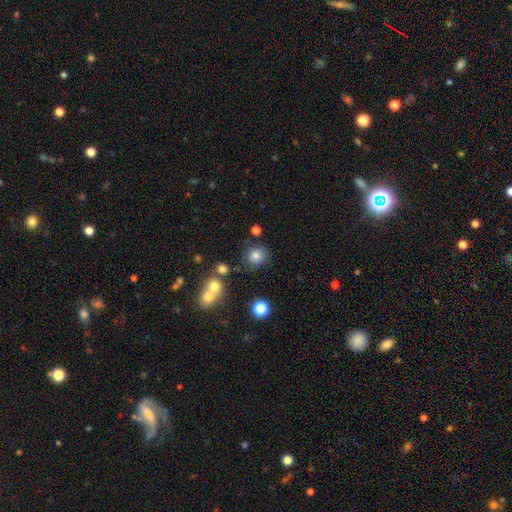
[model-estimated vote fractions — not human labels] Q: Smooth or featured?
A: smooth (80%); runner-up: star or artifact (13%)
Q: How rounded?
A: round (83%); runner-up: in between (16%)
Q: Merging?
A: none (80%); runner-up: minor disturbance (10%)